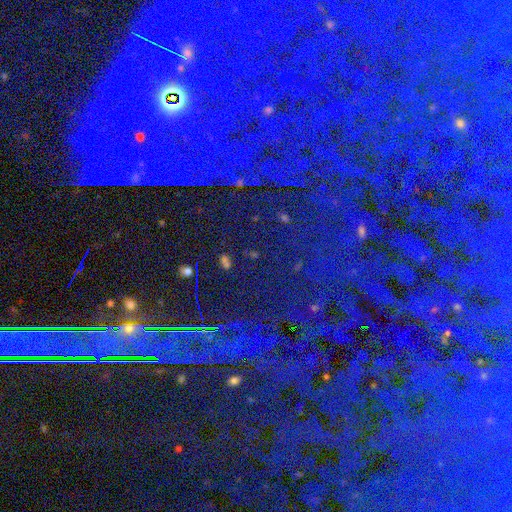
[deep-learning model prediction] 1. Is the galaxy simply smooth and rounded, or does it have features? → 87% star or artifact, 6% featured or disk, 6% smooth.